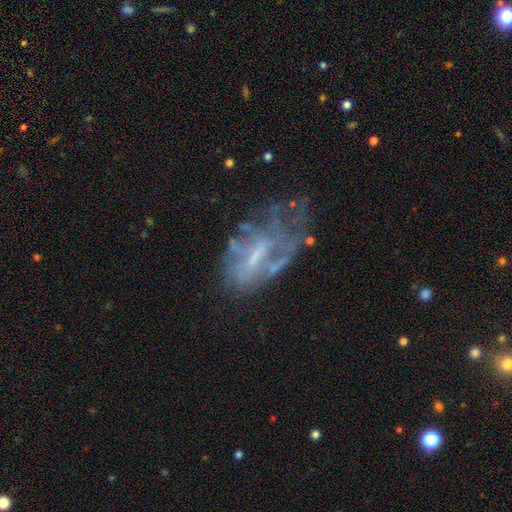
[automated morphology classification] Smooth or featured: featured or disk — 68% (smooth — 21%)
Edge-on disk: no — 94% (yes — 6%)
Bar: weak — 41% (no — 39%)
Spiral arms: no — 61% (yes — 39%)
Bulge size: none — 35% (tied with small — 35%)
Merging: major disturbance — 36% (none — 33%)